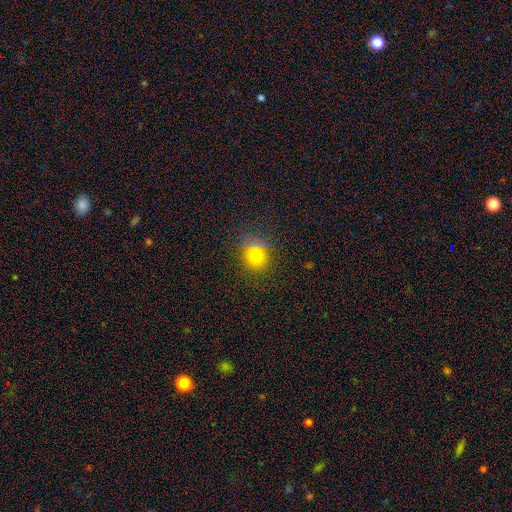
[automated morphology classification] smooth-or-featured: smooth: 72% | star or artifact: 20% | featured or disk: 9%
  how-rounded: round: 87% | in between: 12% | cigar-shaped: 1%
  merging: none: 84% | minor disturbance: 10% | major disturbance: 4% | merger: 3%